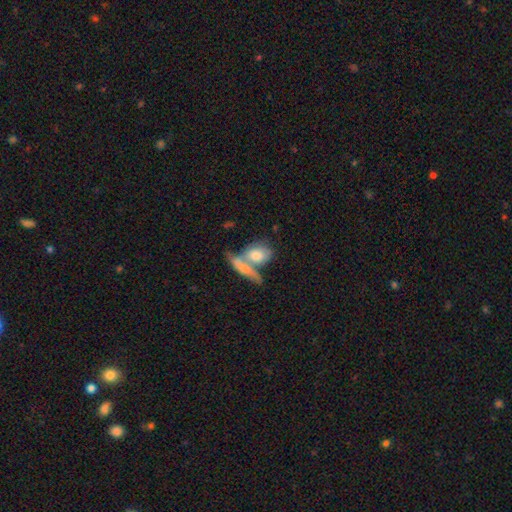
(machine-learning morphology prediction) Smooth or featured? smooth (63%)
How rounded? in between (62%)
Merging? merger (52%)